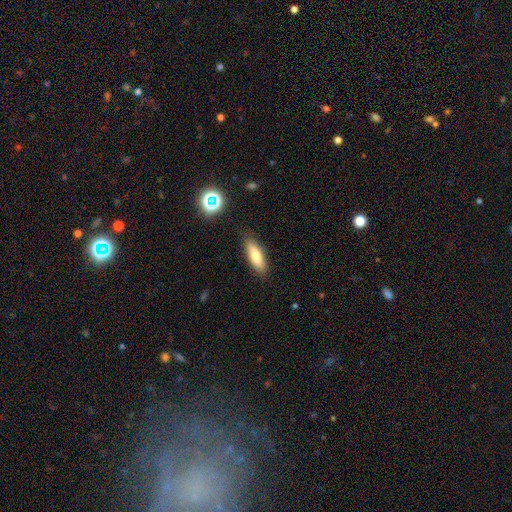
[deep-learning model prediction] Smooth or featured: smooth — 75% (featured or disk — 17%)
How rounded: in between — 53% (cigar-shaped — 45%)
Merging: none — 86% (minor disturbance — 10%)